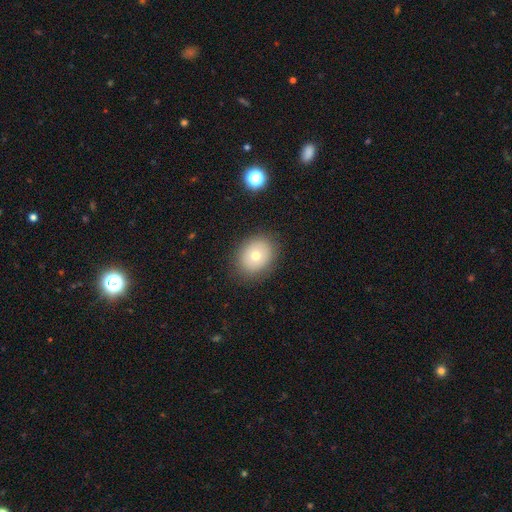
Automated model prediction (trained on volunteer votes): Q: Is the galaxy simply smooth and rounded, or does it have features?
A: smooth — 72%.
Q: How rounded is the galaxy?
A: round — 59%.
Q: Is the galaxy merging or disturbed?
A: none — 86%.